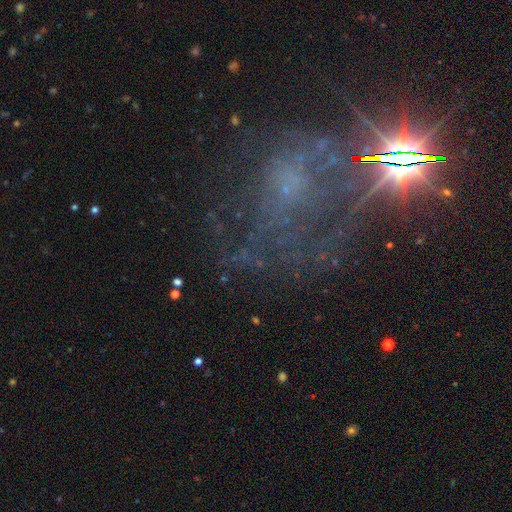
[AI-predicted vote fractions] star or artifact 45%, featured or disk 39%, smooth 15%.